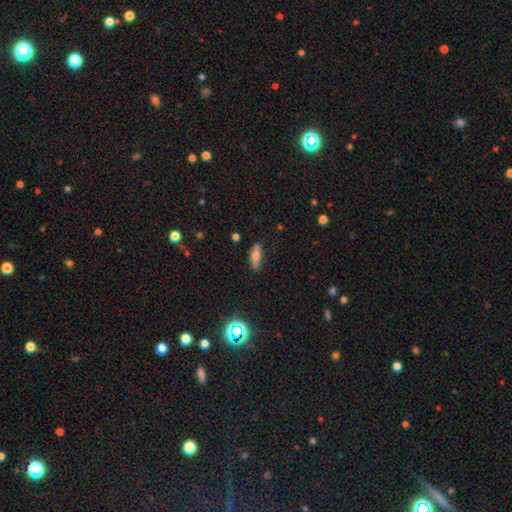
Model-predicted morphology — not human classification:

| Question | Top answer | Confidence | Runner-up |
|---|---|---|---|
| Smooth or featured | smooth | 68% | featured or disk (21%) |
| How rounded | in between | 62% | cigar-shaped (34%) |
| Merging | none | 77% | minor disturbance (18%) |